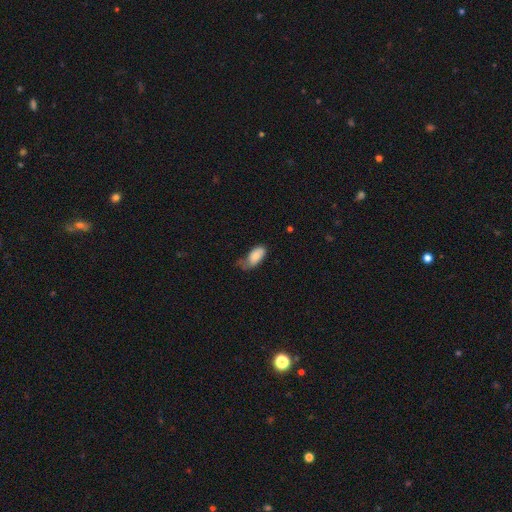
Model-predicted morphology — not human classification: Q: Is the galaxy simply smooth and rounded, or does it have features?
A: smooth — 81%.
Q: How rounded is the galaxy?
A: in between — 92%.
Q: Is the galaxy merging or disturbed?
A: minor disturbance — 41%.